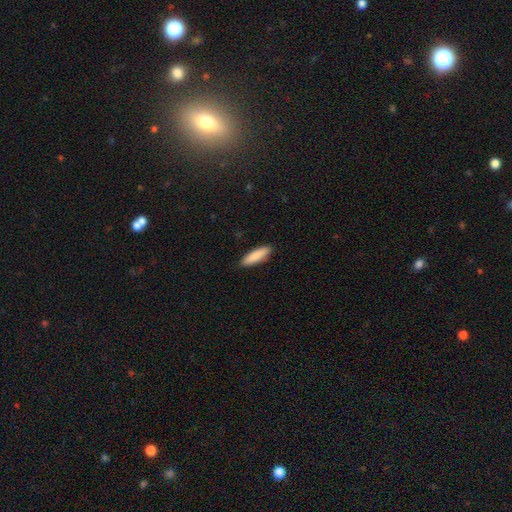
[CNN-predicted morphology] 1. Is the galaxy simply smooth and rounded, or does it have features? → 88% smooth, 7% featured or disk, 5% star or artifact.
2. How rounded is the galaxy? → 62% cigar-shaped, 36% in between, 1% round.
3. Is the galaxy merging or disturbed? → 89% none, 8% minor disturbance, 2% major disturbance, 1% merger.